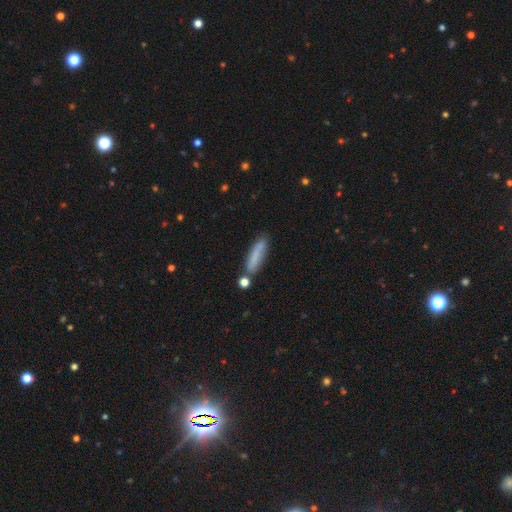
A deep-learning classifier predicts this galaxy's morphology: A smooth galaxy with no disk features (76%) that is cigar-shaped (77%). Merging: none (71%).